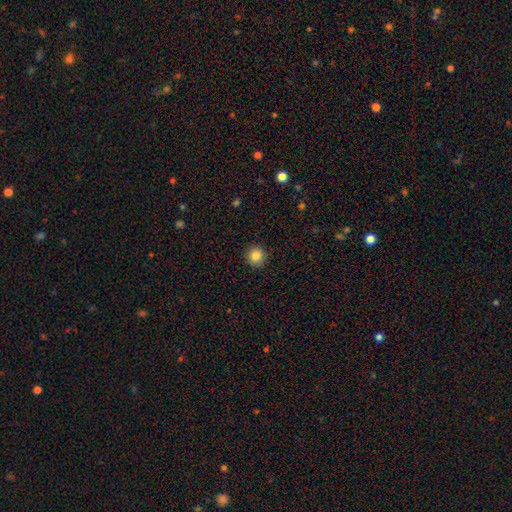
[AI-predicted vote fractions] Smooth or featured? Predicted: smooth (p=0.85). How rounded? Predicted: round (p=0.93). Merging? Predicted: none (p=0.92).